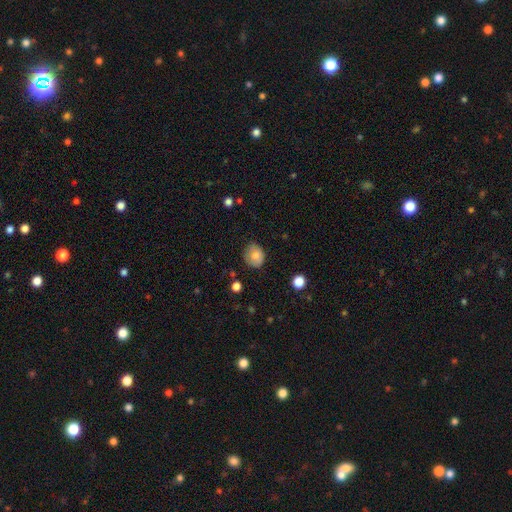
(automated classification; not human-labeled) Overall: smooth (78%). How rounded: round (66%; in between 33%). Merging: none (73%).